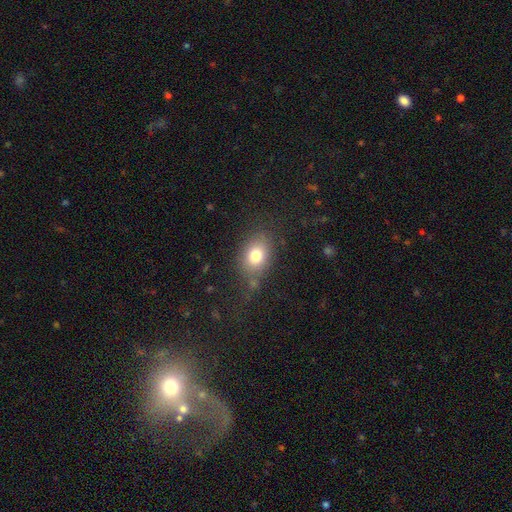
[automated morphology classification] smooth-or-featured: smooth: 77% | featured or disk: 12% | star or artifact: 11%
  how-rounded: in between: 65% | round: 34% | cigar-shaped: 1%
  merging: none: 71% | minor disturbance: 17% | major disturbance: 8% | merger: 4%